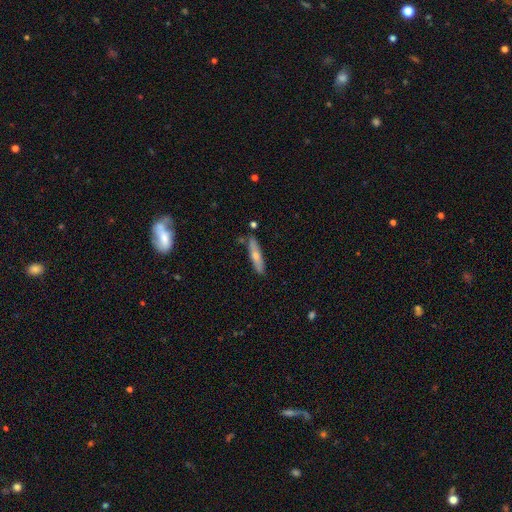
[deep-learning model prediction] This appears to be a smooth galaxy with no disk features (47%). Merging: none (83%).